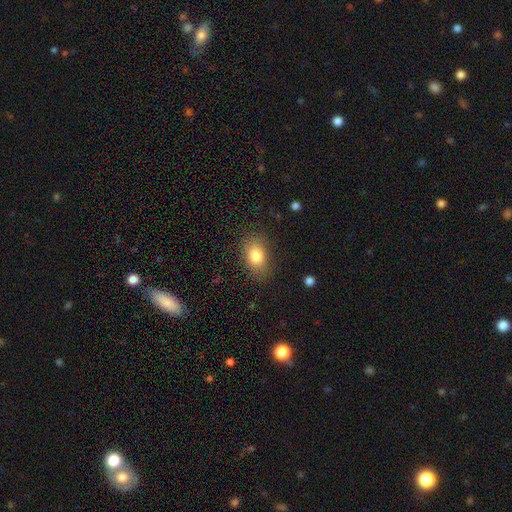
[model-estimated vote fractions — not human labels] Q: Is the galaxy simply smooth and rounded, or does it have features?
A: smooth — 82%.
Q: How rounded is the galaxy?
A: in between — 83%.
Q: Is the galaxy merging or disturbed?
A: none — 81%.